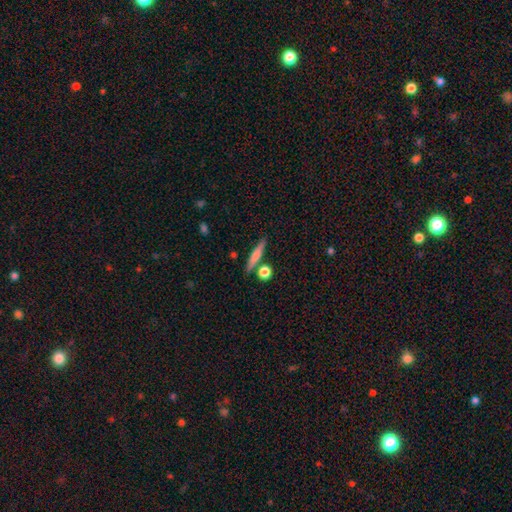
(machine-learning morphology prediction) type=smooth (70%); roundness=cigar-shaped (79%); merging=none (80%).